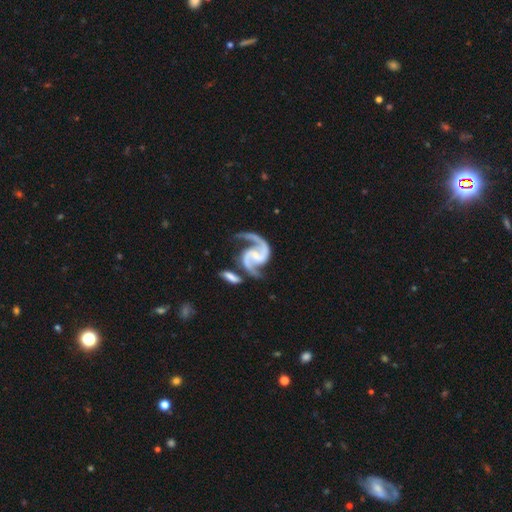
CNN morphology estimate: Smooth or featured?
  - featured or disk: 93% *
  - star or artifact: 4%
  - smooth: 3%
Edge-on disk?
  - no: 98% *
  - yes: 2%
Bar?
  - weak: 40% *
  - no: 35%
  - strong: 25%
Spiral arms?
  - yes: 98% *
  - no: 2%
Spiral winding?
  - medium: 60% *
  - loose: 27%
  - tight: 14%
Spiral arm count?
  - 2: 93% *
  - 1: 2%
  - 3: 2%
  - can't tell: 1%
  - 4: 1%
  - more than 4: 1%
Bulge size?
  - small: 55% *
  - none: 24%
  - moderate: 17%
  - large: 2%
  - dominant: 1%
Merging?
  - none: 56% *
  - minor disturbance: 19%
  - merger: 14%
  - major disturbance: 11%